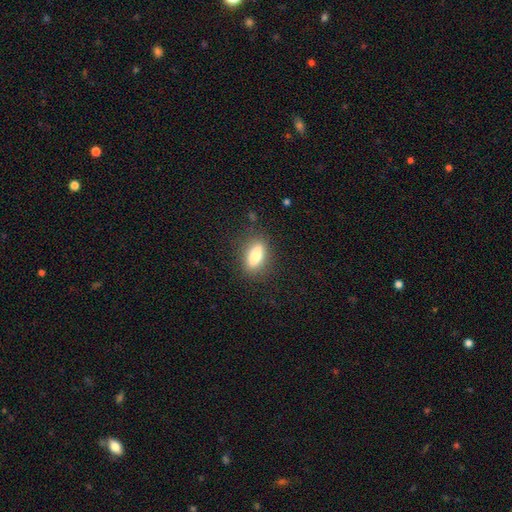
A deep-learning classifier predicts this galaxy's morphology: smooth-or-featured: smooth: 75% | featured or disk: 17% | star or artifact: 8%
  how-rounded: in between: 61% | cigar-shaped: 35% | round: 4%
  merging: none: 84% | minor disturbance: 11% | major disturbance: 4% | merger: 1%